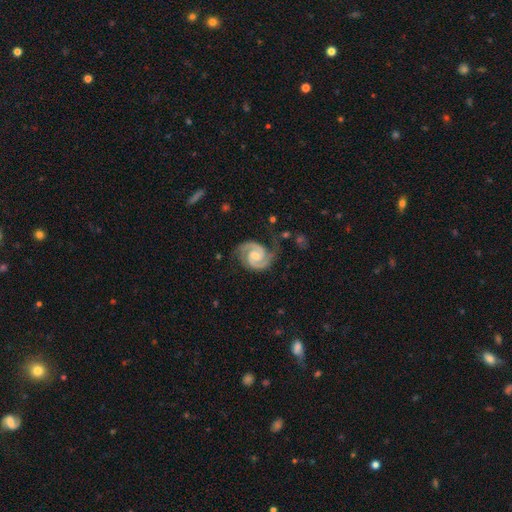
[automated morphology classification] Smooth or featured?
  - featured or disk: 93% *
  - star or artifact: 4%
  - smooth: 3%
Edge-on disk?
  - no: 98% *
  - yes: 2%
Bar?
  - no: 54% *
  - weak: 36%
  - strong: 10%
Spiral arms?
  - yes: 99% *
  - no: 1%
Spiral winding?
  - tight: 51% *
  - medium: 43%
  - loose: 6%
Spiral arm count?
  - 2: 94% *
  - 3: 2%
  - can't tell: 2%
  - 1: 1%
  - 4: 1%
  - more than 4: 1%
Bulge size?
  - moderate: 48% *
  - small: 43%
  - none: 5%
  - large: 2%
  - dominant: 1%
Merging?
  - none: 74% *
  - minor disturbance: 18%
  - major disturbance: 6%
  - merger: 2%